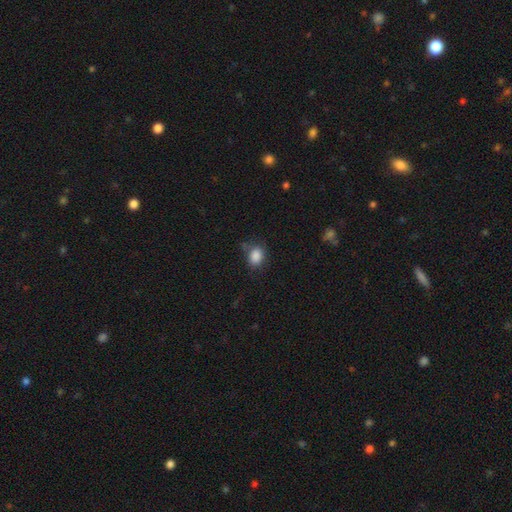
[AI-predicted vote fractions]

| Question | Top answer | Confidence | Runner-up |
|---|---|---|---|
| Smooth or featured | smooth | 86% | star or artifact (9%) |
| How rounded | in between | 67% | round (32%) |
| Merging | none | 63% | minor disturbance (25%) |